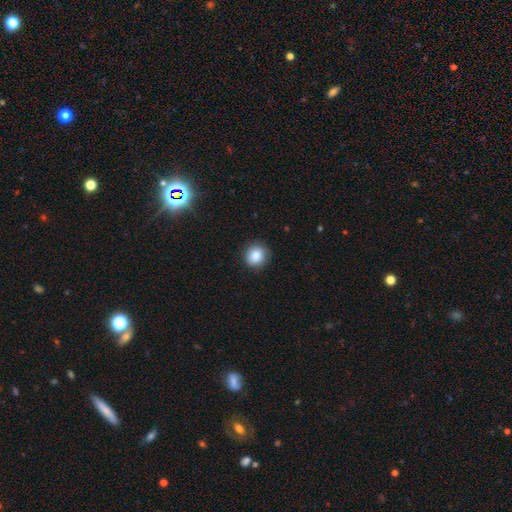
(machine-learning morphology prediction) Smooth or featured: smooth — 85% (star or artifact — 10%)
How rounded: round — 86% (in between — 13%)
Merging: none — 88% (minor disturbance — 8%)